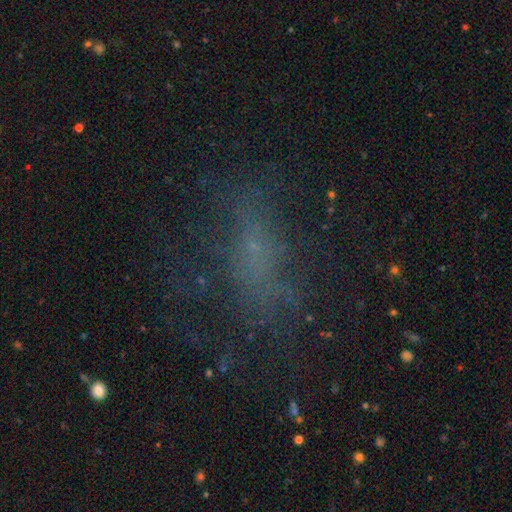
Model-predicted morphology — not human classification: The model was most divided on "smooth or featured": smooth: 41%, star or artifact: 32%, featured or disk: 27%. More confident: merging — none (57%).